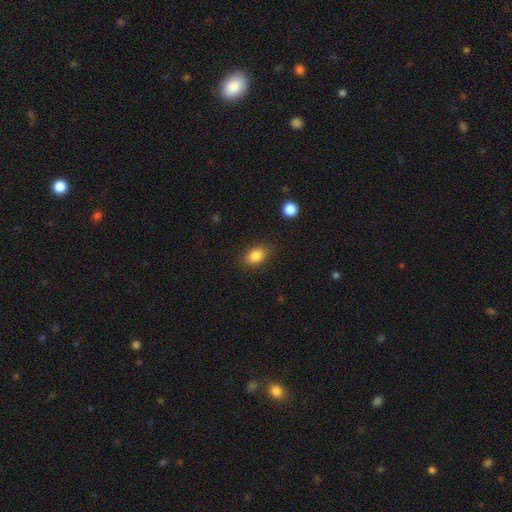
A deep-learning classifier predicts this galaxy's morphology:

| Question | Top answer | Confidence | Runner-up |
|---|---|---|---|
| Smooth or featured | smooth | 85% | star or artifact (9%) |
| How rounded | in between | 76% | round (22%) |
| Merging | none | 84% | minor disturbance (11%) |